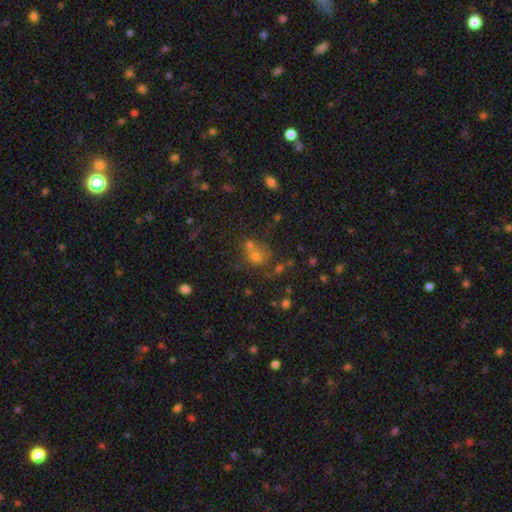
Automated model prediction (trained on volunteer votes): Smooth or featured? smooth (54%)
How rounded? round (70%)
Merging? none (44%)